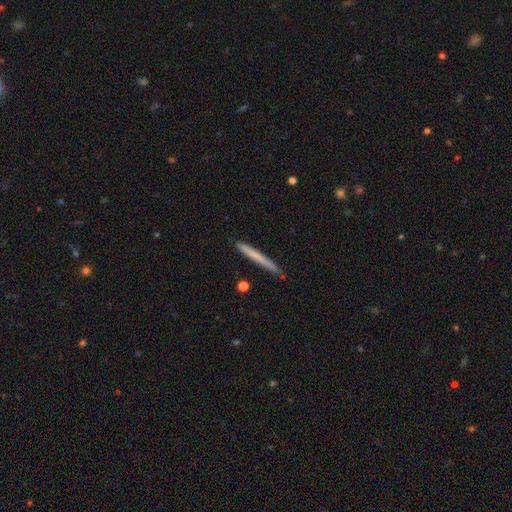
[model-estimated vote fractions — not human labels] Smooth or featured?
  - smooth: 65% *
  - featured or disk: 30%
  - star or artifact: 6%
How rounded?
  - cigar-shaped: 97% *
  - in between: 2%
  - round: 1%
Merging?
  - none: 87% *
  - minor disturbance: 10%
  - major disturbance: 2%
  - merger: 2%